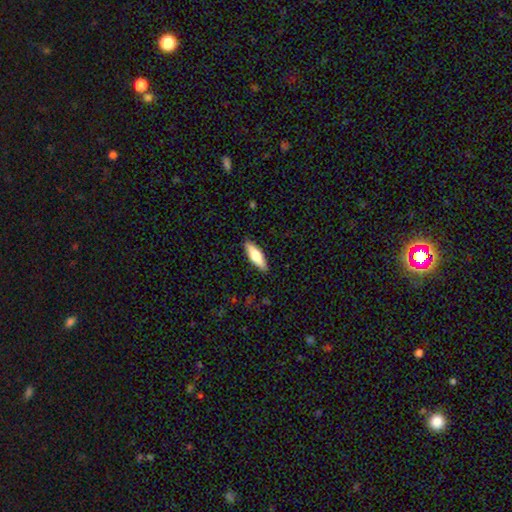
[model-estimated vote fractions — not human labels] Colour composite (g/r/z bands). It shows a smooth galaxy with no disk features (65%) that is cigar-shaped (51%). Merging: none (89%).